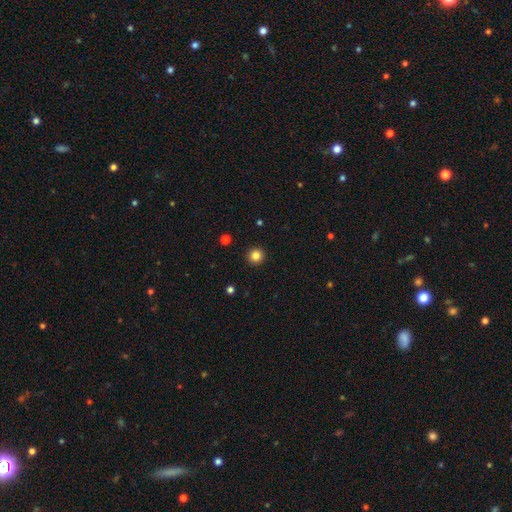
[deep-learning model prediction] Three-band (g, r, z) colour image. It shows a smooth galaxy with no disk features (84%) that is round (95%). Merging: none (93%).